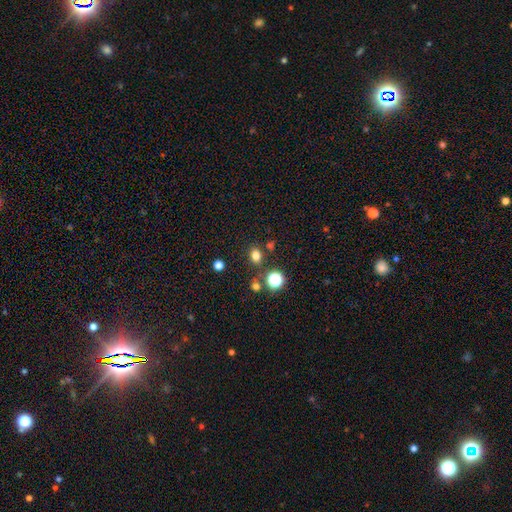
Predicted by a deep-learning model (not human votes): Smooth or featured?
  - smooth: 76% *
  - star or artifact: 18%
  - featured or disk: 5%
How rounded?
  - round: 57% *
  - in between: 42%
  - cigar-shaped: 1%
Merging?
  - none: 80% *
  - minor disturbance: 10%
  - merger: 7%
  - major disturbance: 3%